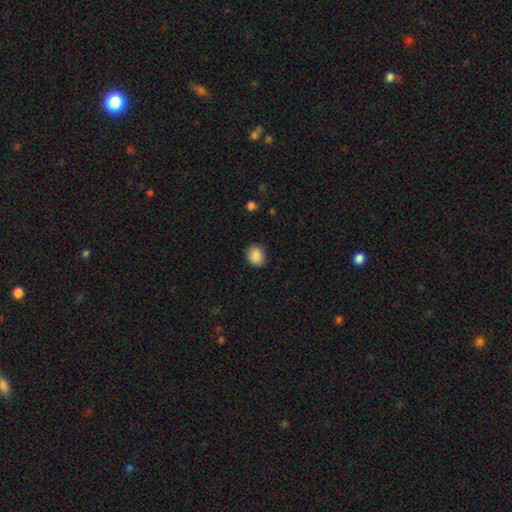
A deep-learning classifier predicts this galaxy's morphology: A smooth galaxy with no disk features (89%) that is round (50%). Merging: none (87%).